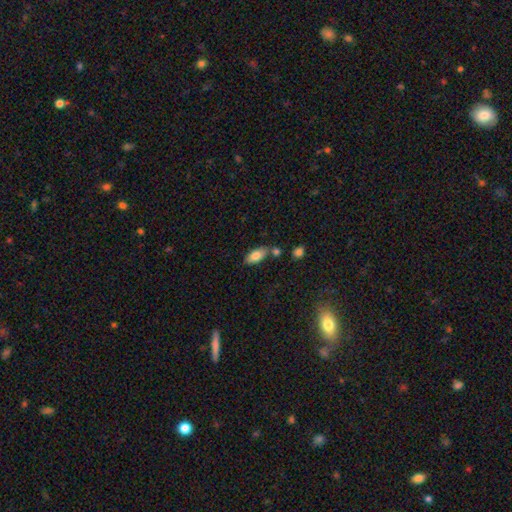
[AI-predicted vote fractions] Q: Smooth or featured?
A: smooth (80%); runner-up: featured or disk (13%)
Q: How rounded?
A: in between (87%); runner-up: cigar-shaped (10%)
Q: Merging?
A: none (69%); runner-up: minor disturbance (15%)